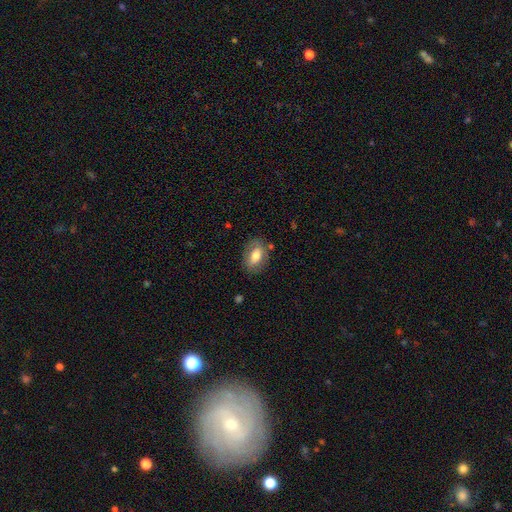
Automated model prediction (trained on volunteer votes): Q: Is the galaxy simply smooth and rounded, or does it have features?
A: smooth — 68%.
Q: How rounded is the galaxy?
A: in between — 87%.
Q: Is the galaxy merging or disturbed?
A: none — 77%.